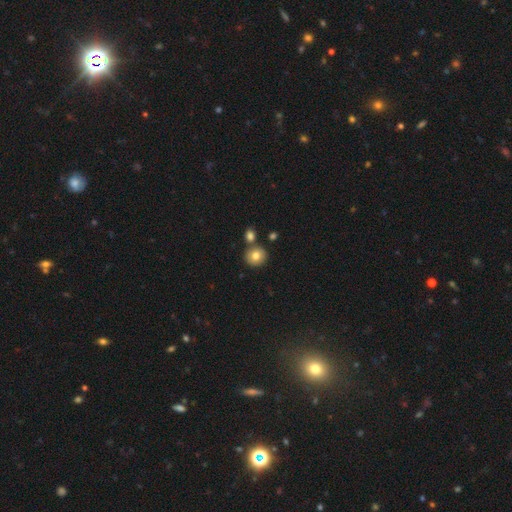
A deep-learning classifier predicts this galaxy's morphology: This appears to be a smooth galaxy with no disk features (80%) that is round (87%). Merging: none (72%).